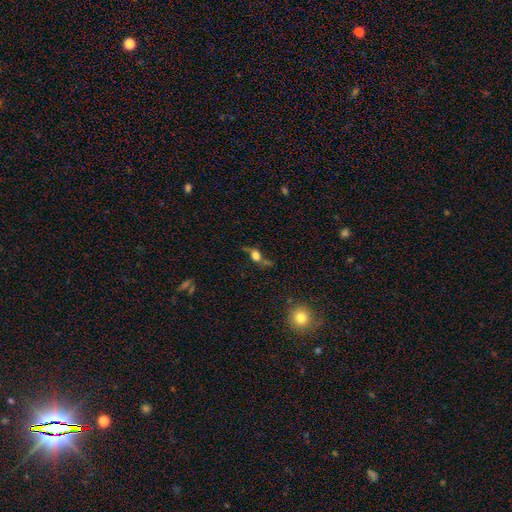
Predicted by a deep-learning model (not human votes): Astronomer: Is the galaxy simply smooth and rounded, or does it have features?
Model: smooth — 42% (runner-up: featured or disk, 39%).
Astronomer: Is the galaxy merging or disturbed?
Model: none — 46% (runner-up: major disturbance, 22%).